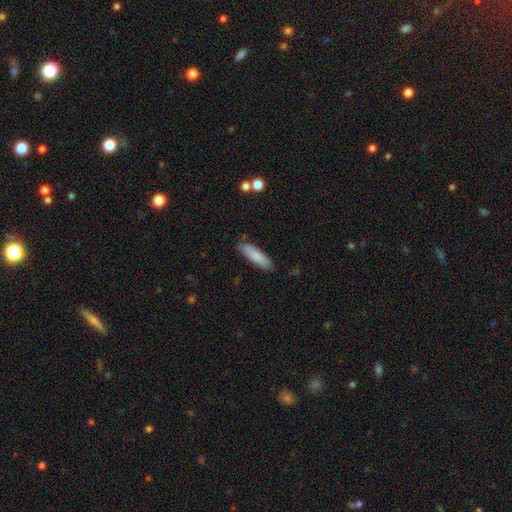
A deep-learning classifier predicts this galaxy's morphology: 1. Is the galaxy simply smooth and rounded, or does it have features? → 84% smooth, 11% featured or disk, 6% star or artifact.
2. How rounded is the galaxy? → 64% cigar-shaped, 35% in between, 1% round.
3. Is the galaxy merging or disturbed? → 85% none, 11% minor disturbance, 2% major disturbance, 2% merger.